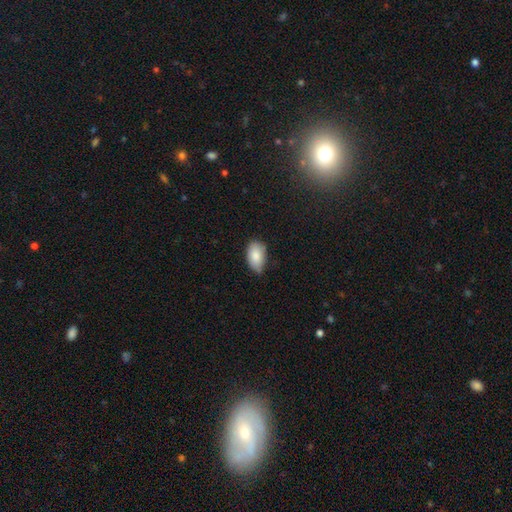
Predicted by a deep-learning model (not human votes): This is clearly a smooth galaxy (86%). How rounded: clearly in between (94%). Merging: likely none (69%).